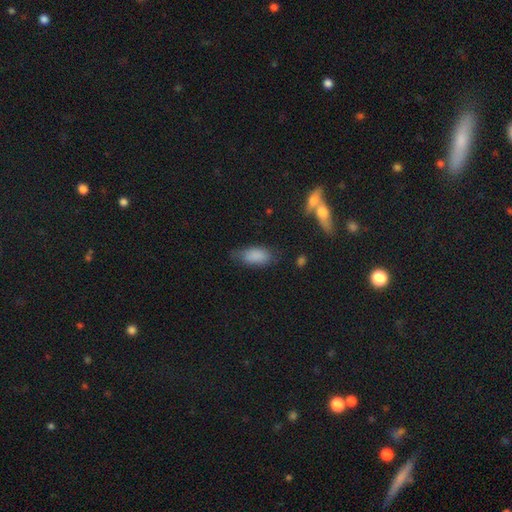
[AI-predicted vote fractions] A smooth galaxy with no disk features (84%) that is in between round and cigar-shaped (89%).

Vote fractions:
- Smooth or featured? smooth: 84% / star or artifact: 8% / featured or disk: 7%
- How rounded? in between: 89% / cigar-shaped: 7% / round: 3%
- Merging? none: 64% / minor disturbance: 26% / major disturbance: 8% / merger: 2%